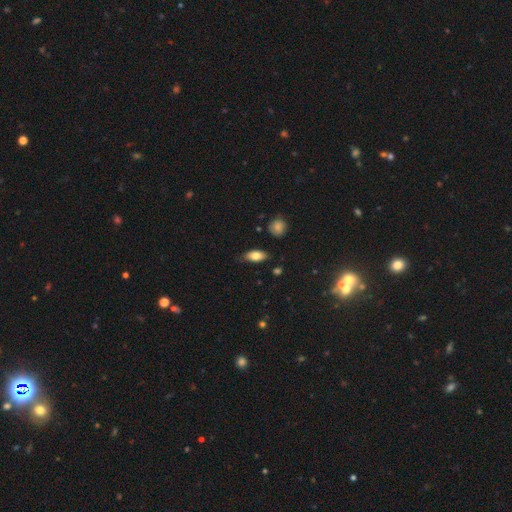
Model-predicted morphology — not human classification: A smooth galaxy with no disk features (79%) that is in between round and cigar-shaped (87%). Merging: none (72%).